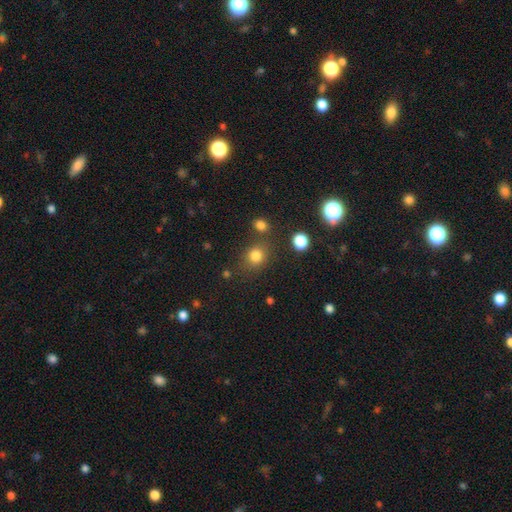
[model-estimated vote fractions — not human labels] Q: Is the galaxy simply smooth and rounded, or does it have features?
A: smooth — 80%.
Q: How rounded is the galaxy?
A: round — 72%.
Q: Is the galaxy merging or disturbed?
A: none — 73%.